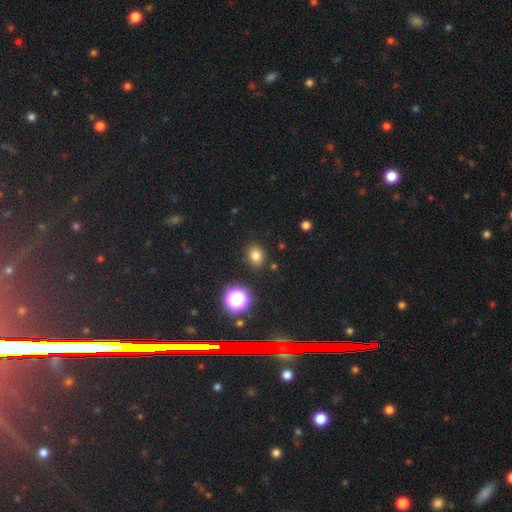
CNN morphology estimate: The model was most divided on "how rounded": round: 56%, in between: 43%, cigar-shaped: 1%. More confident: merging — none (87%); smooth or featured — smooth (77%).